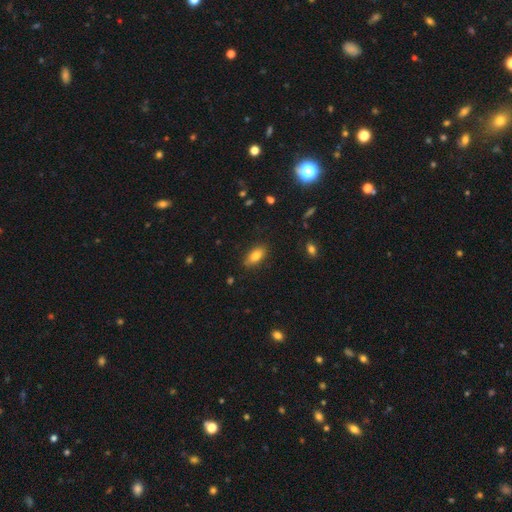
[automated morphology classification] The model was most divided on "smooth or featured": smooth: 81%, featured or disk: 11%, star or artifact: 8%. More confident: how rounded — in between (88%); merging — none (86%).